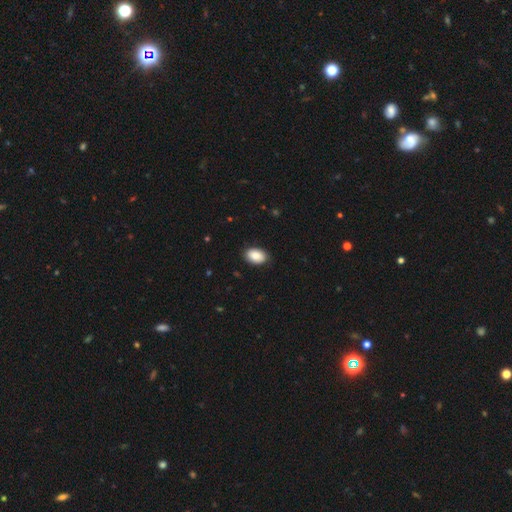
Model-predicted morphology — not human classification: smooth 87%, star or artifact 7%, featured or disk 7%. Down the decision tree: how rounded — in between (88%); merging — none (87%).